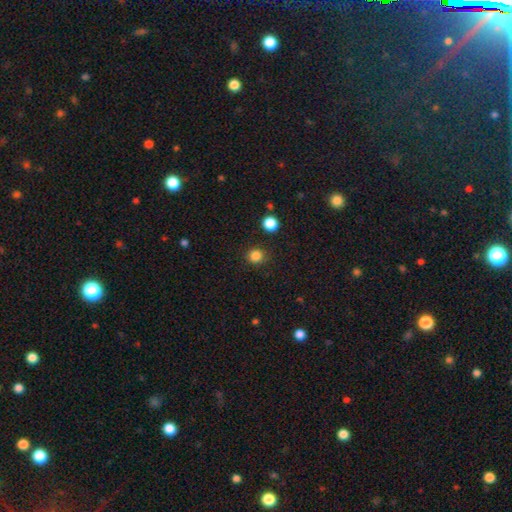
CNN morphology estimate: Q: Smooth or featured?
A: smooth (84%); runner-up: star or artifact (12%)
Q: How rounded?
A: round (89%); runner-up: in between (10%)
Q: Merging?
A: none (88%); runner-up: minor disturbance (7%)